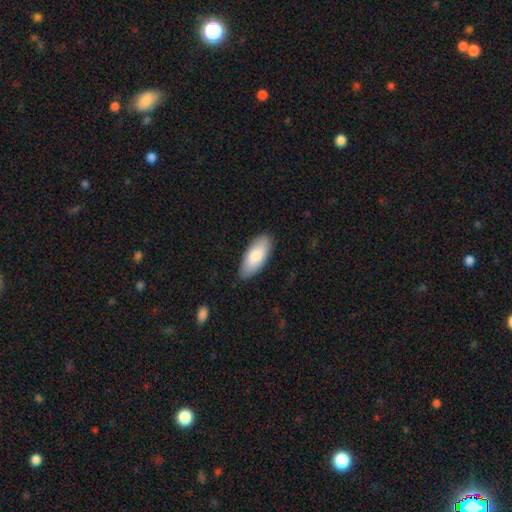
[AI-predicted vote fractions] smooth 81%, featured or disk 14%, star or artifact 5%. Down the decision tree: how rounded — in between (87%); merging — none (86%).